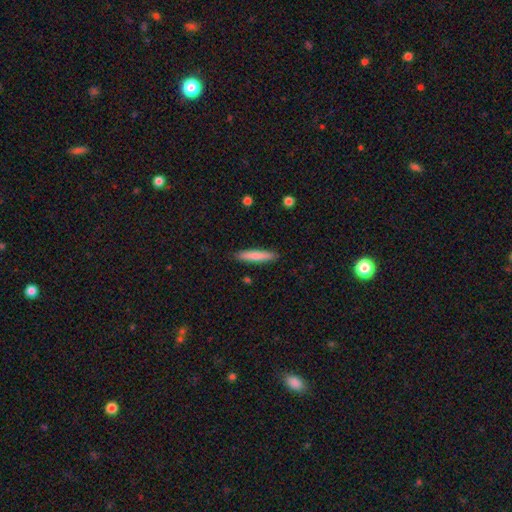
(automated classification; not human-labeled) Smooth or featured? Predicted: smooth (p=0.79). How rounded? Predicted: cigar-shaped (p=0.91). Merging? Predicted: none (p=0.89).